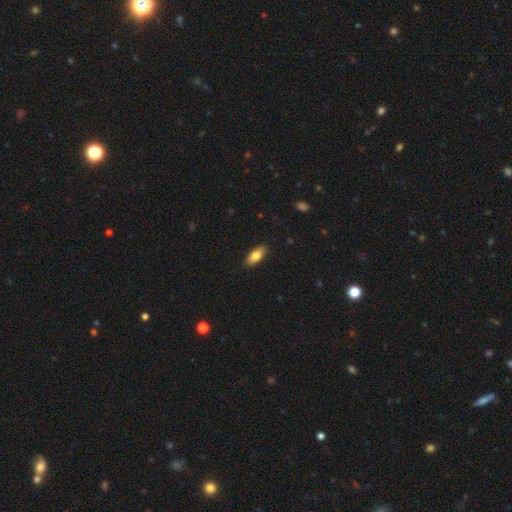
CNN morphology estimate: This appears to be a smooth galaxy with no disk features (79%) that is in between round and cigar-shaped (83%). Merging: none (89%).